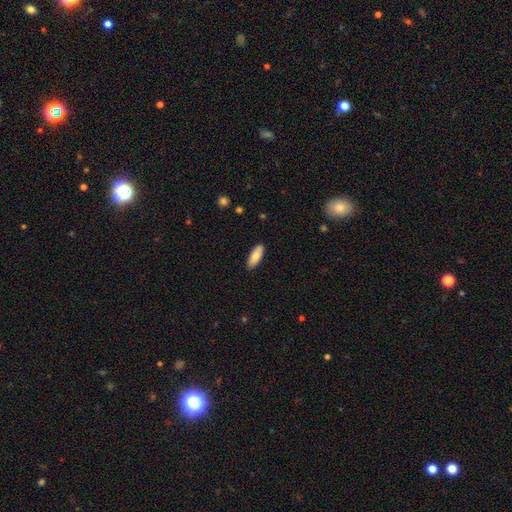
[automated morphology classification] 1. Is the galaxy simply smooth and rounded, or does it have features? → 83% smooth, 11% featured or disk, 6% star or artifact.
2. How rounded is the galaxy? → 71% in between, 27% cigar-shaped, 2% round.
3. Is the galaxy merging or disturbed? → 88% none, 10% minor disturbance, 2% major disturbance, 1% merger.